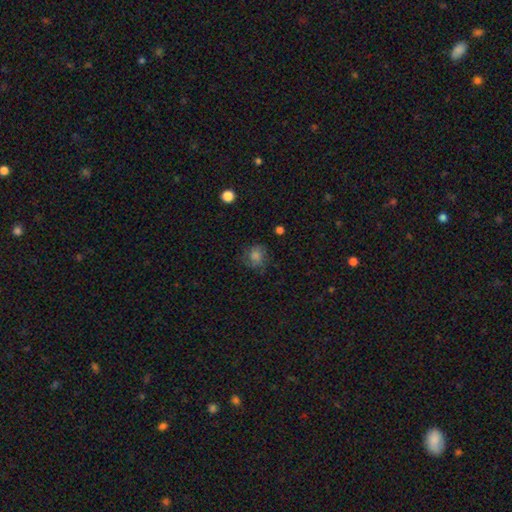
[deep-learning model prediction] Smooth or featured? smooth (60%)
How rounded? round (77%)
Merging? none (68%)